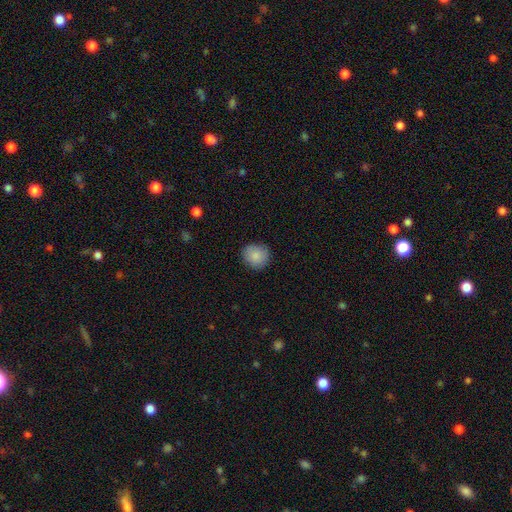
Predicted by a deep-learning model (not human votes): Morphology: type=smooth (87%); roundness=round (88%); merging=none (86%).